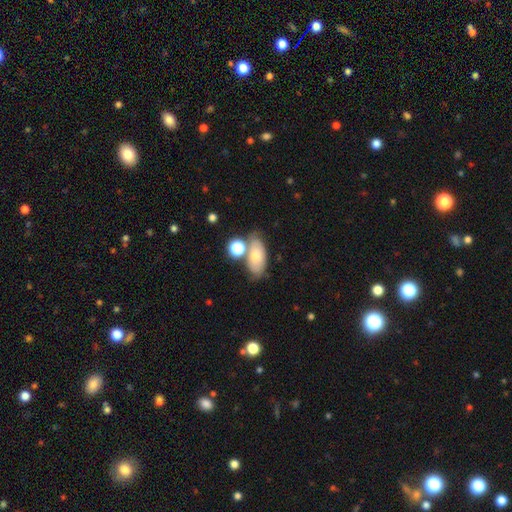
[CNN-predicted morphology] The model was most divided on "merging": none: 57%, merger: 20%, minor disturbance: 17%, major disturbance: 6%. More confident: how rounded — in between (85%); smooth or featured — smooth (70%).